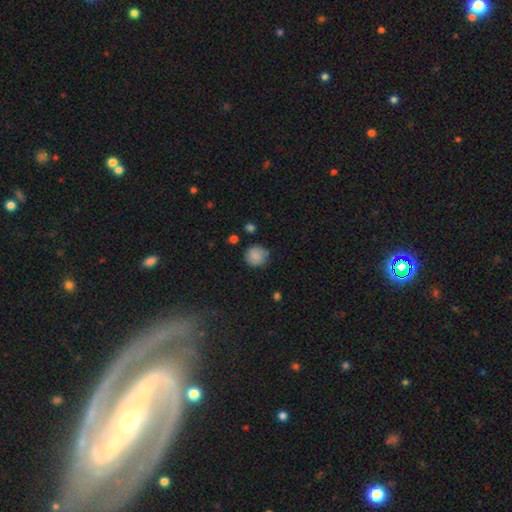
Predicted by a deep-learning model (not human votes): Q: Smooth or featured?
A: smooth (86%); runner-up: star or artifact (8%)
Q: How rounded?
A: round (90%); runner-up: in between (9%)
Q: Merging?
A: none (81%); runner-up: minor disturbance (13%)